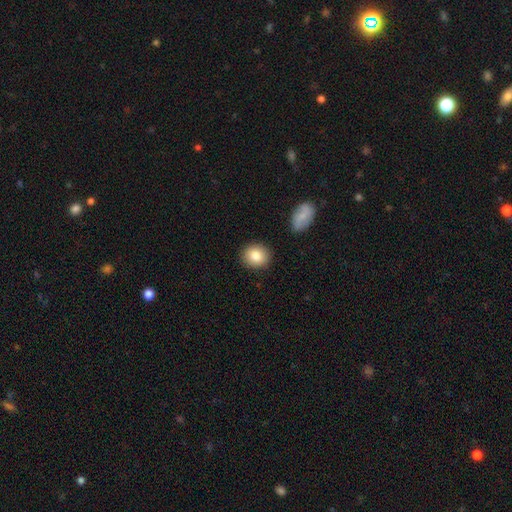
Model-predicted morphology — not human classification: smooth 84%, featured or disk 8%, star or artifact 8%. Down the decision tree: how rounded — round (75%); merging — none (88%).